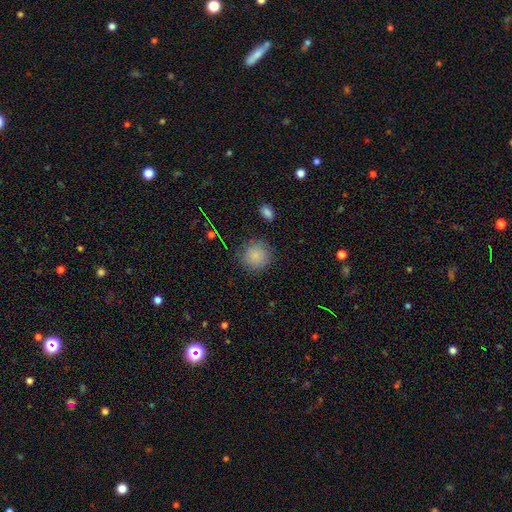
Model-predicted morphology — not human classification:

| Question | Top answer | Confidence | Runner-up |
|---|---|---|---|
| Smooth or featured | smooth | 85% | star or artifact (10%) |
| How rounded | round | 92% | in between (7%) |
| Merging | none | 84% | minor disturbance (10%) |